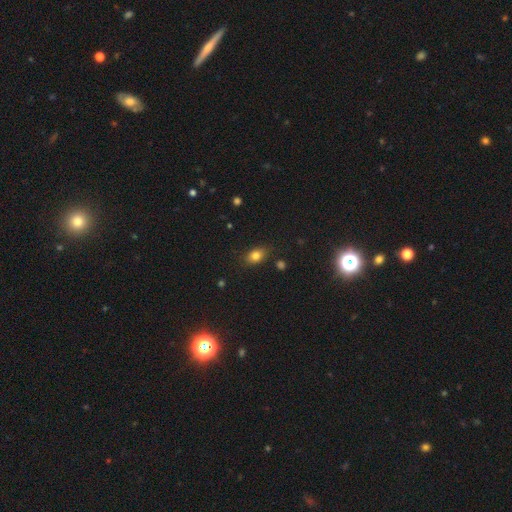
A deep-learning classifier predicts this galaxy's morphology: A smooth galaxy with no disk features (80%) that is in between round and cigar-shaped (77%). Merging: none (82%).